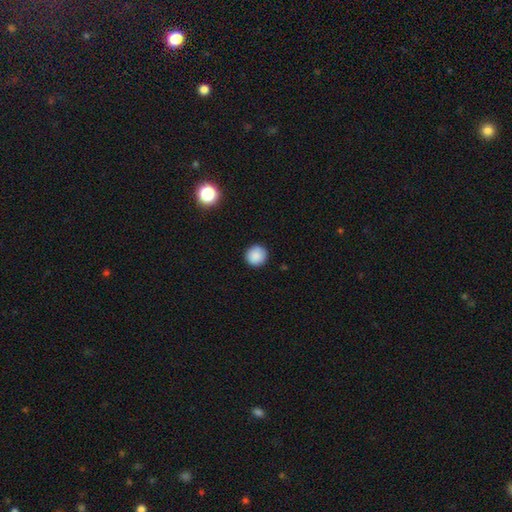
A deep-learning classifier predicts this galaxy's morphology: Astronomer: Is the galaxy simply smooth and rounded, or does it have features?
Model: smooth — 88%.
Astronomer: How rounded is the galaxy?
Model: round — 95%.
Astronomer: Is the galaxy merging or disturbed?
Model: none — 91%.